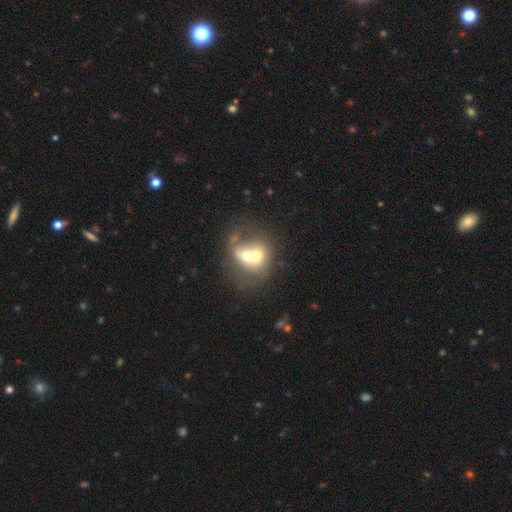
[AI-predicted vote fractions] Smooth or featured?
  - smooth: 53% *
  - featured or disk: 37%
  - star or artifact: 10%
How rounded?
  - round: 62% *
  - in between: 37%
  - cigar-shaped: 1%
Merging?
  - merger: 72% *
  - none: 17%
  - minor disturbance: 6%
  - major disturbance: 5%